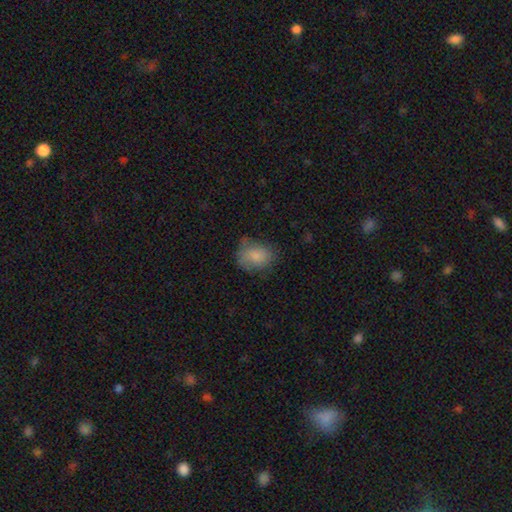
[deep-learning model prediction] This is likely a smooth galaxy (80%). How rounded: possibly in between (60%). Merging: possibly none (55%).